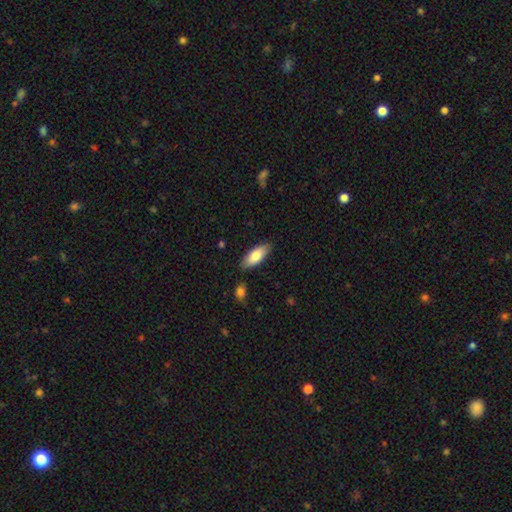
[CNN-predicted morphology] This appears to be a smooth galaxy with no disk features (80%) that is in between round and cigar-shaped (77%). Merging: none (85%).